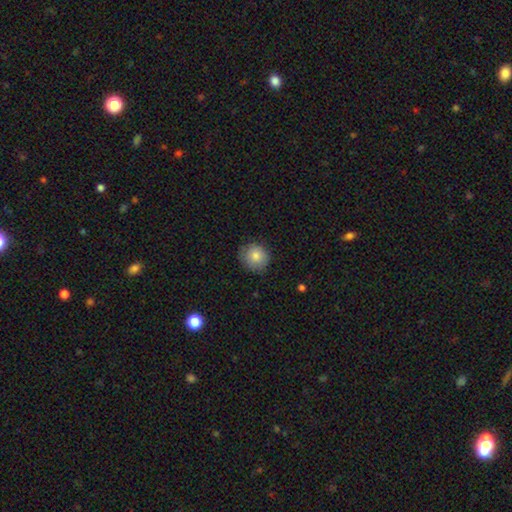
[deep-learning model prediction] A smooth galaxy with no disk features (81%) that is round (87%).

Vote fractions:
- Smooth or featured? smooth: 81% / featured or disk: 10% / star or artifact: 9%
- How rounded? round: 87% / in between: 12% / cigar-shaped: 1%
- Merging? none: 80% / minor disturbance: 16% / major disturbance: 3% / merger: 1%